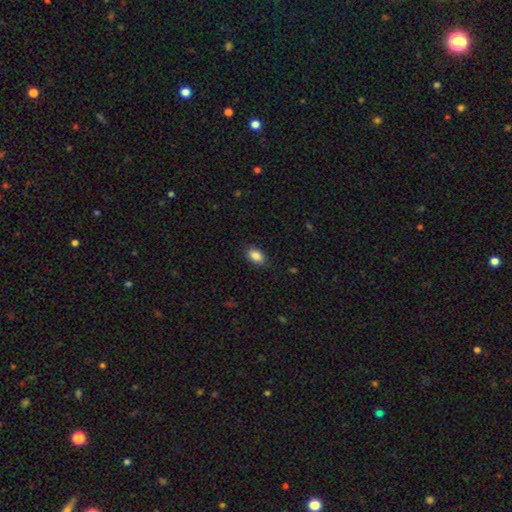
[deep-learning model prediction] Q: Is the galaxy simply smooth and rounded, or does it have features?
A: smooth — 88%.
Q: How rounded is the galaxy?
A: in between — 89%.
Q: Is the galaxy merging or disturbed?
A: none — 85%.